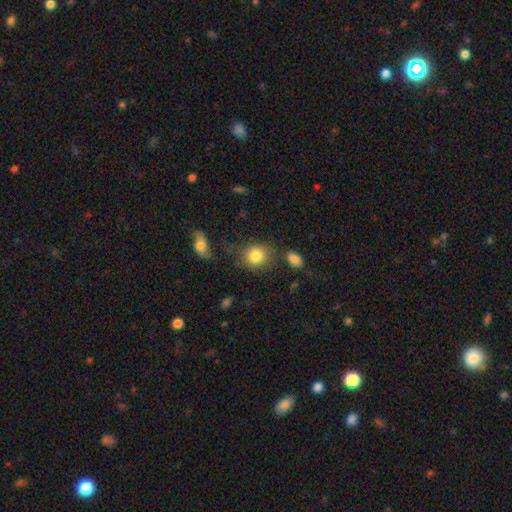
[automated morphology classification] Q: Smooth or featured?
A: smooth (84%); runner-up: star or artifact (9%)
Q: How rounded?
A: round (72%); runner-up: in between (27%)
Q: Merging?
A: none (74%); runner-up: minor disturbance (15%)